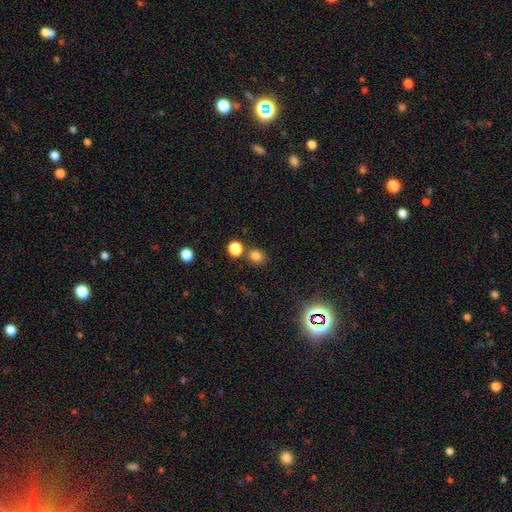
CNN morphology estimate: smooth-or-featured: smooth: 80% | star or artifact: 15% | featured or disk: 5%
  how-rounded: round: 71% | in between: 28% | cigar-shaped: 1%
  merging: none: 74% | merger: 13% | minor disturbance: 9% | major disturbance: 3%